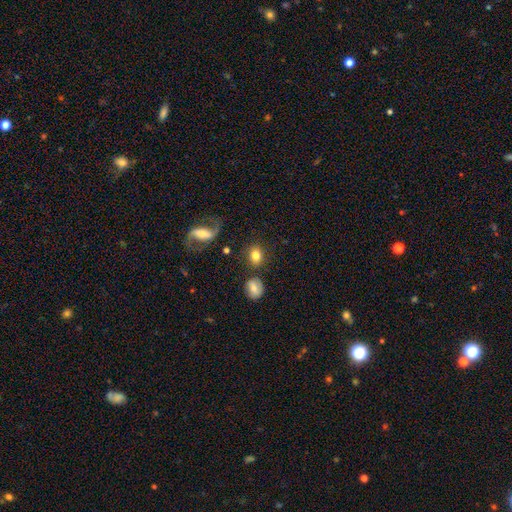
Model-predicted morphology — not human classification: This is likely a smooth galaxy (78%). How rounded: possibly round (51%). Merging: likely none (74%).